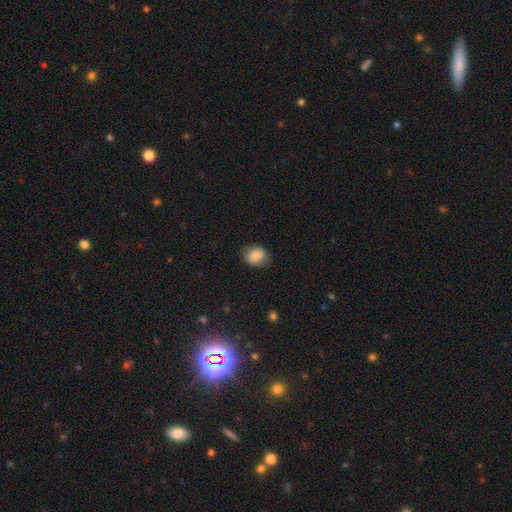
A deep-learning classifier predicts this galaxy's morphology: Q: Smooth or featured?
A: smooth (83%); runner-up: star or artifact (8%)
Q: How rounded?
A: round (60%); runner-up: in between (39%)
Q: Merging?
A: none (81%); runner-up: minor disturbance (15%)